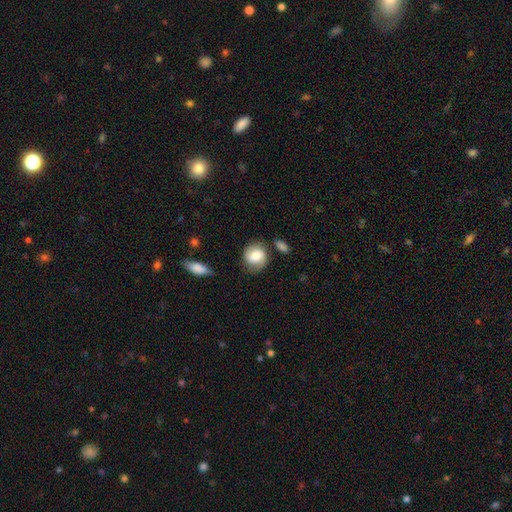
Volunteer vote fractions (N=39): Volunteers were most divided on "merging": none: 65%, minor disturbance: 30%, major disturbance: 3%, merger: 3%. More confident: smooth or featured — smooth (87%); how rounded — round (71%).